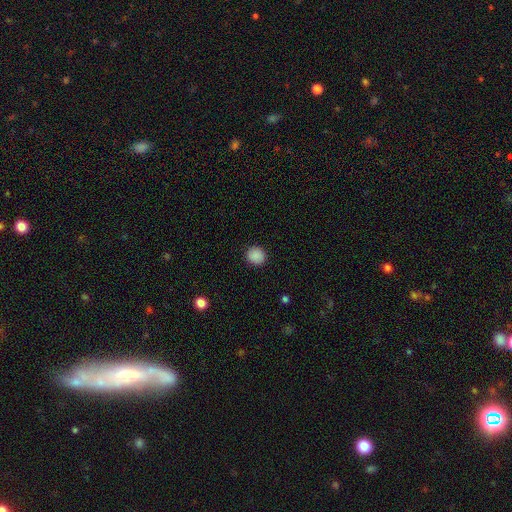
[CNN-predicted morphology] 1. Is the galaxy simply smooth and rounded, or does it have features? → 89% smooth, 9% star or artifact, 2% featured or disk.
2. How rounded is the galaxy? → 88% round, 11% in between, 1% cigar-shaped.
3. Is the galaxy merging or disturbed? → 91% none, 6% minor disturbance, 2% major disturbance, 1% merger.